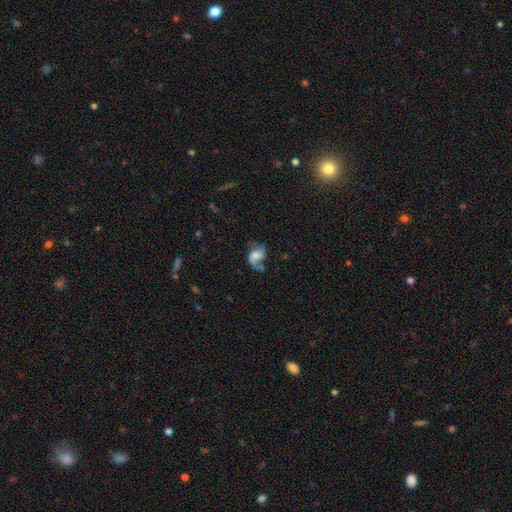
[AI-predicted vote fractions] Morphology: type=featured or disk (62%); edge-on=no (97%); bar=no (60%); spiral arms=yes (88%); winding=loose (54%); arm count=2 (78%); bulge=moderate (32%); merging=none (46%).